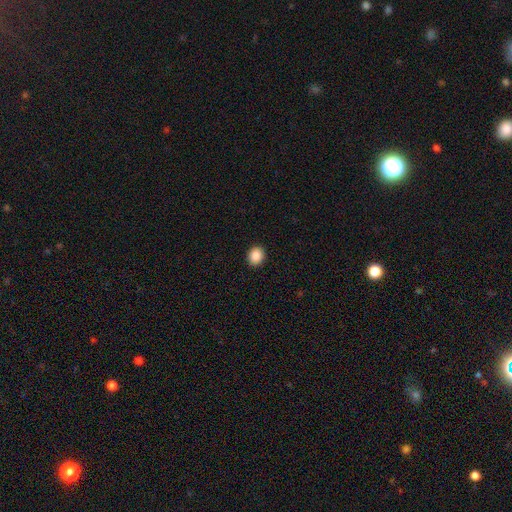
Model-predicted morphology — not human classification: Smooth or featured?
  - smooth: 88% *
  - star or artifact: 8%
  - featured or disk: 3%
How rounded?
  - round: 62% *
  - in between: 37%
  - cigar-shaped: 1%
Merging?
  - none: 92% *
  - minor disturbance: 6%
  - major disturbance: 2%
  - merger: 1%